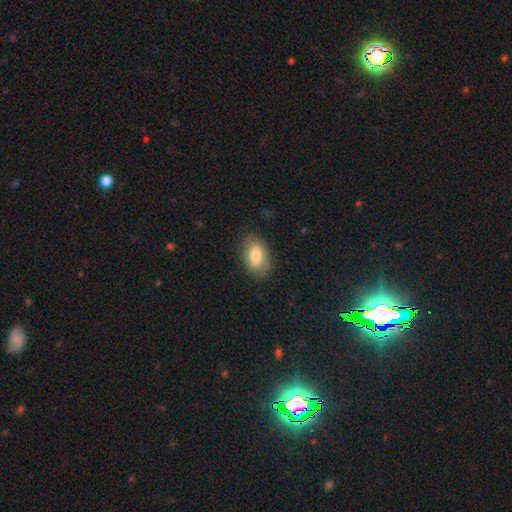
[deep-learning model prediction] Q: Smooth or featured?
A: smooth (78%); runner-up: featured or disk (16%)
Q: How rounded?
A: in between (91%); runner-up: round (7%)
Q: Merging?
A: none (81%); runner-up: minor disturbance (14%)